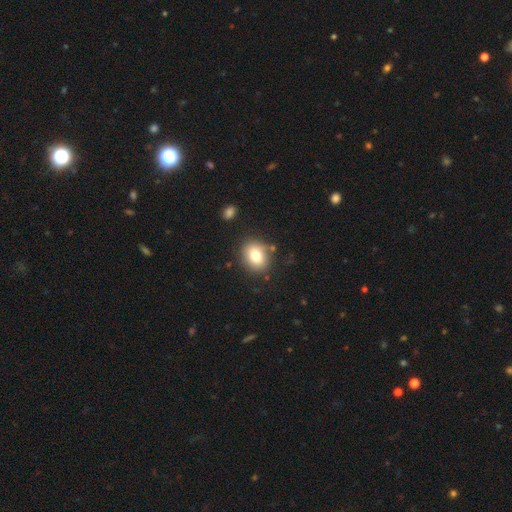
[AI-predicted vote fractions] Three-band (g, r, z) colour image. It shows a smooth galaxy with no disk features (80%) that is in between round and cigar-shaped (53%). Merging: none (82%).